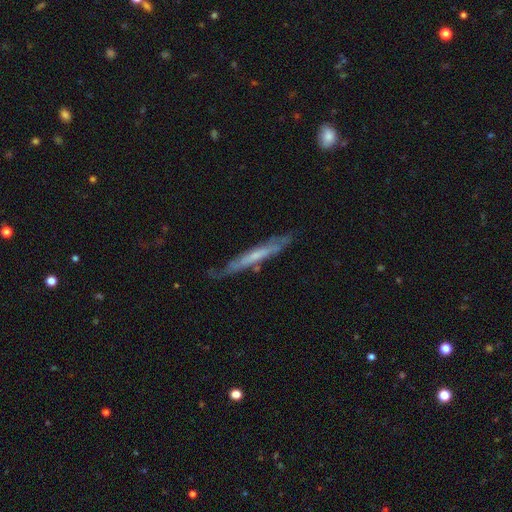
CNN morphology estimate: Smooth or featured?
  - featured or disk: 62% *
  - smooth: 31%
  - star or artifact: 6%
Edge-on disk?
  - yes: 78% *
  - no: 22%
Merging?
  - none: 71% *
  - minor disturbance: 21%
  - major disturbance: 5%
  - merger: 2%